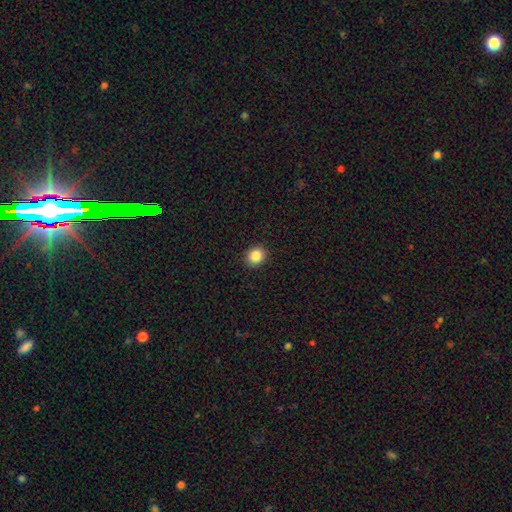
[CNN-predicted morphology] type=smooth (87%); roundness=round (79%); merging=none (91%).